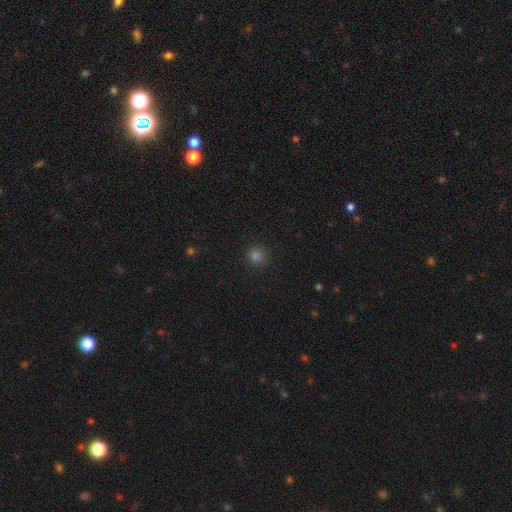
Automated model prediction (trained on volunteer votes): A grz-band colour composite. It shows a smooth galaxy with no disk features (80%) that is round (93%). Merging: none (90%).